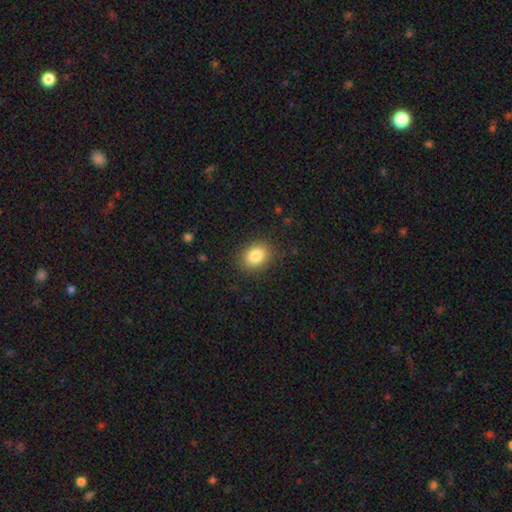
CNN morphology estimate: type=smooth (85%); roundness=in between (61%); merging=none (86%).